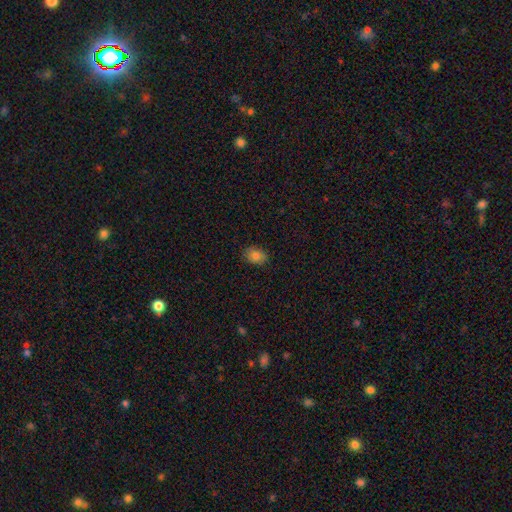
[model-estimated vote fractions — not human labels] The model was most divided on "how rounded": in between: 69%, round: 30%, cigar-shaped: 1%. More confident: merging — none (86%); smooth or featured — smooth (83%).